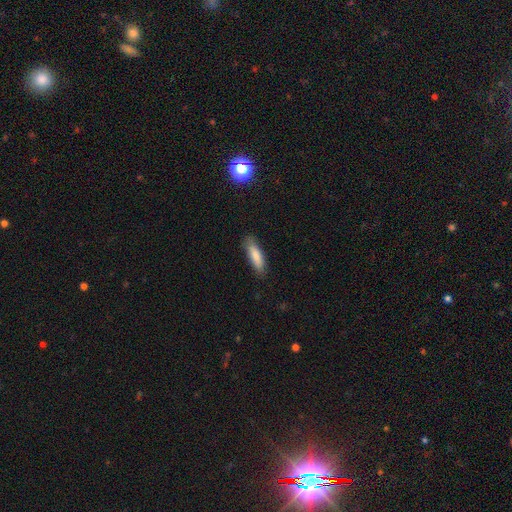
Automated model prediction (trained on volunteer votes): This appears to be a smooth galaxy with no disk features (82%) that is cigar-shaped (60%). Merging: none (83%).